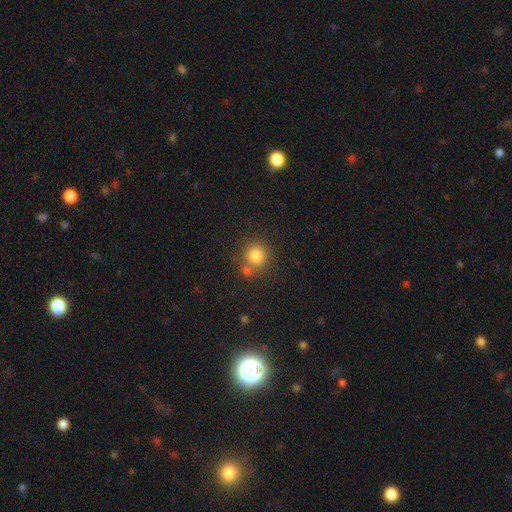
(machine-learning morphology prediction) This appears to be a smooth galaxy with no disk features (81%) that is round (87%). Merging: none (64%).